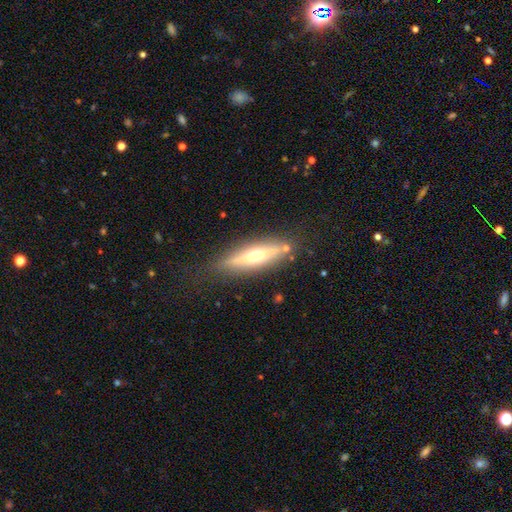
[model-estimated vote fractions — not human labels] Morphology: type=featured or disk (62%); edge-on=yes (91%); edge-on bulge=rounded (92%); merging=none (80%).